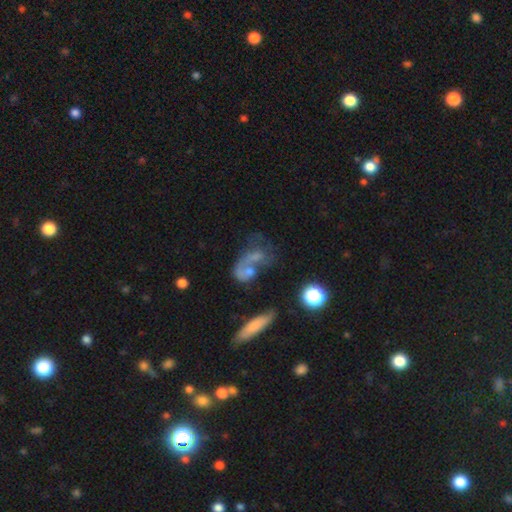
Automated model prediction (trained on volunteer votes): Smooth or featured: featured or disk — 45% (smooth — 38%)
Merging: merger — 38% (none — 25%)